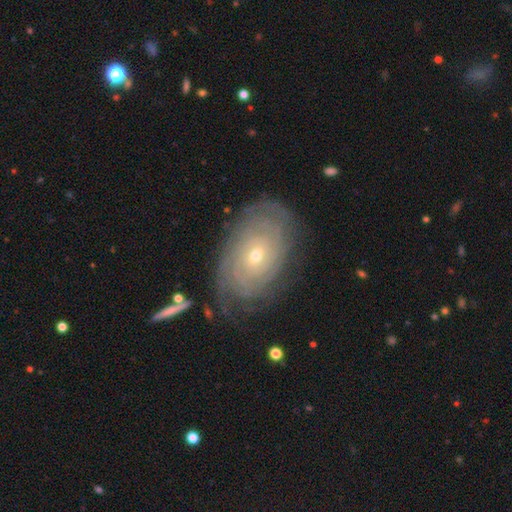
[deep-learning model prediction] Q: Smooth or featured?
A: featured or disk (80%); runner-up: smooth (13%)
Q: Edge-on disk?
A: no (95%); runner-up: yes (5%)
Q: Bar?
A: no (77%); runner-up: weak (18%)
Q: Spiral arms?
A: yes (92%); runner-up: no (8%)
Q: Spiral winding?
A: tight (85%); runner-up: medium (12%)
Q: Spiral arm count?
A: can't tell (49%); runner-up: 4 (13%)
Q: Bulge size?
A: small (67%); runner-up: moderate (31%)
Q: Merging?
A: none (78%); runner-up: minor disturbance (15%)